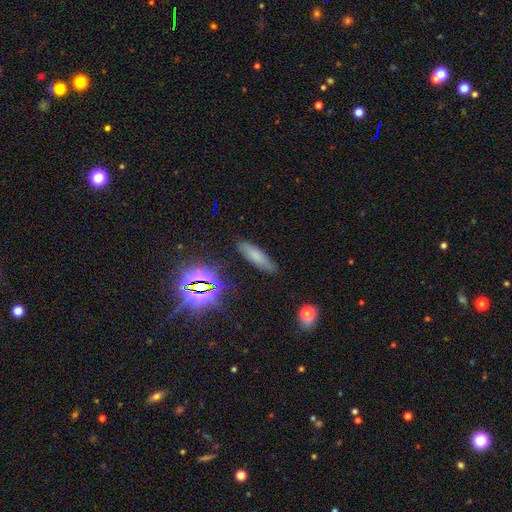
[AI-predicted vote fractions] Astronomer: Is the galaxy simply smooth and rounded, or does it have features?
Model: smooth — 67%.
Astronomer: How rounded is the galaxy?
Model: cigar-shaped — 63%.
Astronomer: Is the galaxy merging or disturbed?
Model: none — 84%.